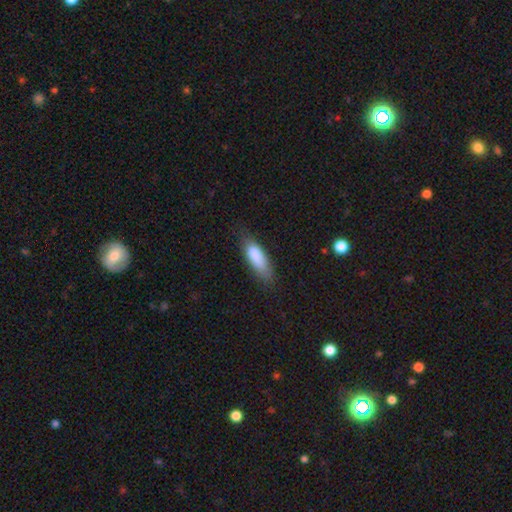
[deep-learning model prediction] smooth_or_featured: smooth (p=0.84) [alt: featured or disk p=0.10]
how_rounded: in between (p=0.63) [alt: cigar-shaped p=0.35]
merging: none (p=0.68) [alt: minor disturbance p=0.24]